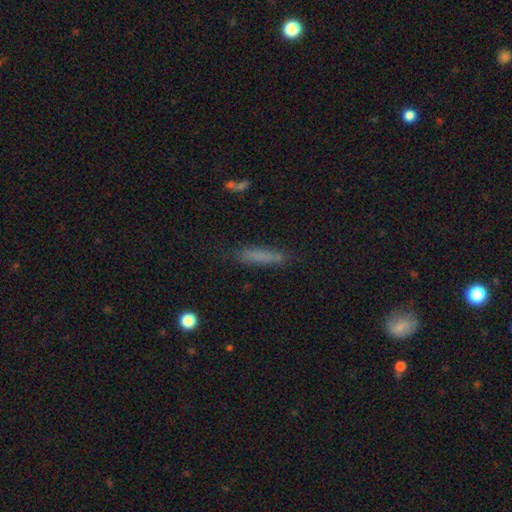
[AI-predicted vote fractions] This appears to be a smooth galaxy with no disk features (72%) that is cigar-shaped (87%). Merging: none (79%).